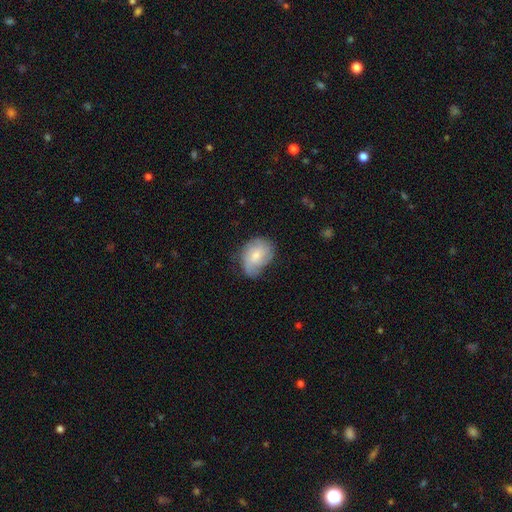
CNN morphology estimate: Q: Smooth or featured?
A: smooth (48%); runner-up: featured or disk (45%)
Q: Merging?
A: none (53%); runner-up: minor disturbance (34%)